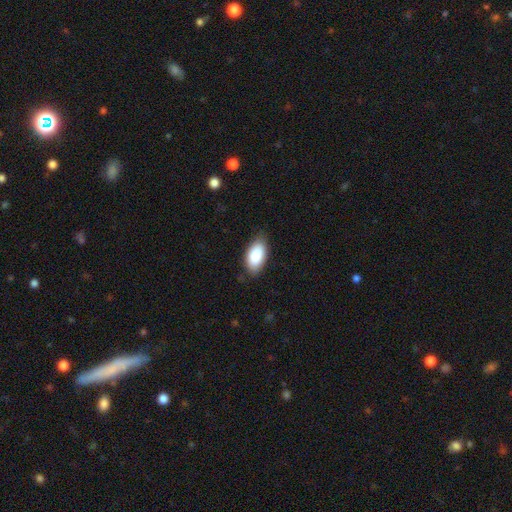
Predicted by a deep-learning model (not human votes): Q: Smooth or featured?
A: smooth (87%); runner-up: featured or disk (7%)
Q: How rounded?
A: in between (94%); runner-up: cigar-shaped (3%)
Q: Merging?
A: none (82%); runner-up: minor disturbance (14%)